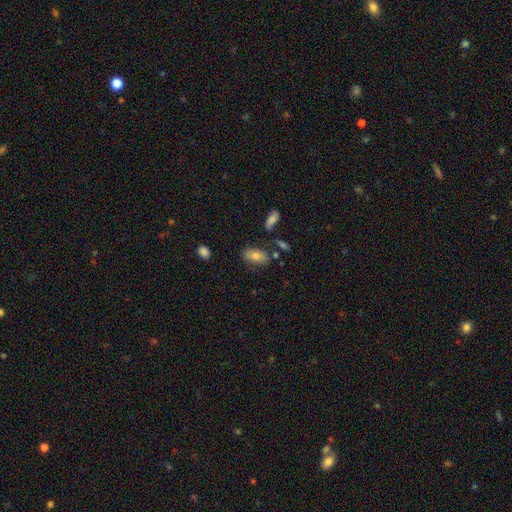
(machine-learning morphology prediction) This appears to be a smooth galaxy with no disk features (73%) that is in between round and cigar-shaped (90%). Merging: none (73%).